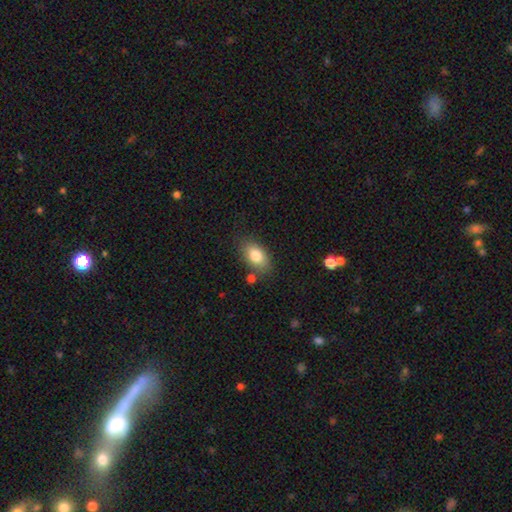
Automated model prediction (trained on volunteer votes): Overall: smooth (81%). How rounded: in between (89%). Merging: none (76%).